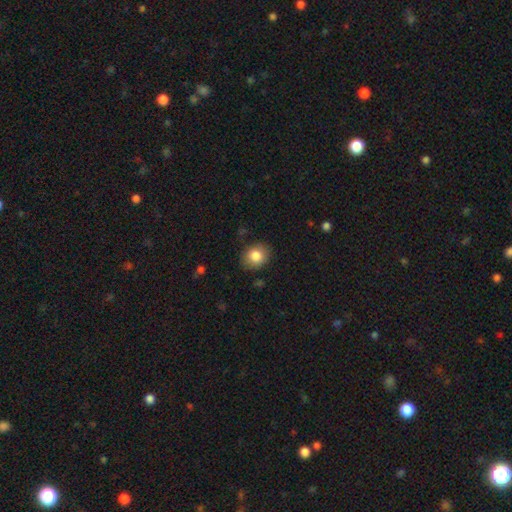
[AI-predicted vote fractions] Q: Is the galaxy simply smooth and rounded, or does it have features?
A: smooth — 84%.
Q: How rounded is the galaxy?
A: round — 67%.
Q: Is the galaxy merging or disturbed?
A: none — 85%.